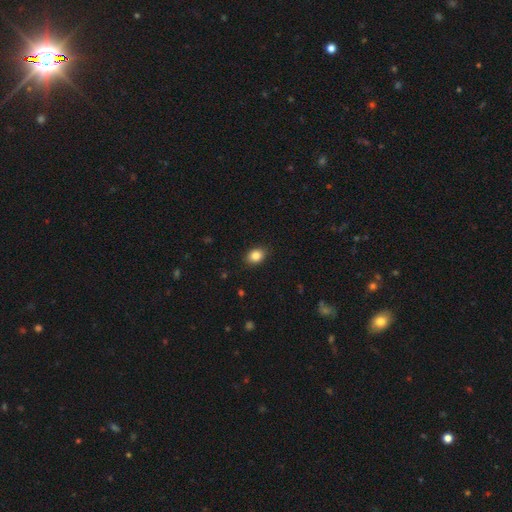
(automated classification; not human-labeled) A smooth galaxy with no disk features (85%) that is in between round and cigar-shaped (66%). Merging: none (87%).